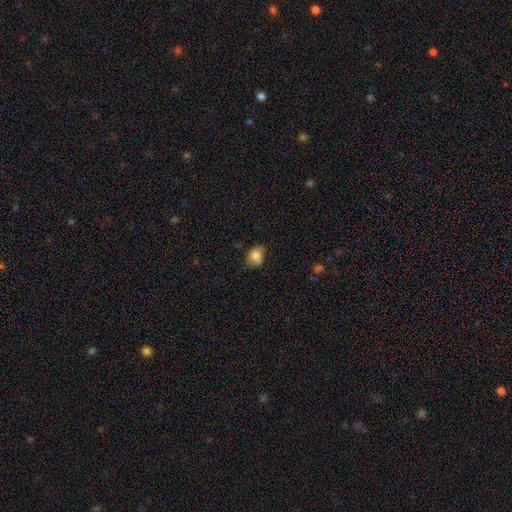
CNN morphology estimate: This is likely a smooth galaxy (79%). How rounded: likely in between (60%). Merging: possibly none (49%).